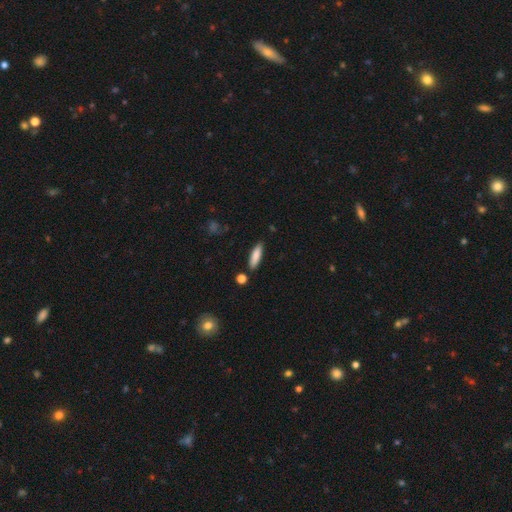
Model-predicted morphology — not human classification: Smooth or featured: smooth — 83% (featured or disk — 10%)
How rounded: cigar-shaped — 66% (in between — 33%)
Merging: none — 84% (minor disturbance — 11%)